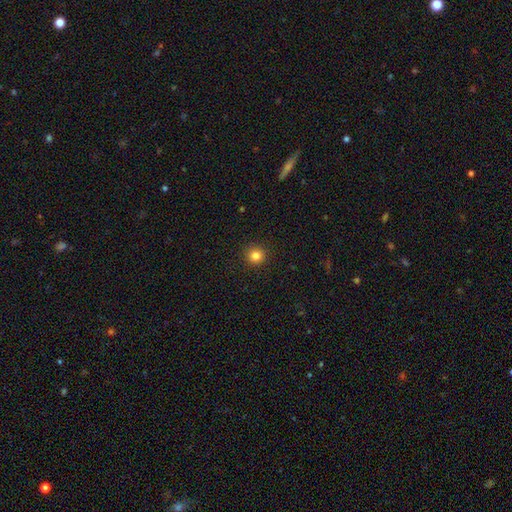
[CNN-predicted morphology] Smooth or featured?
  - smooth: 83% *
  - star or artifact: 12%
  - featured or disk: 5%
How rounded?
  - round: 95% *
  - in between: 4%
  - cigar-shaped: 1%
Merging?
  - none: 93% *
  - minor disturbance: 5%
  - major disturbance: 2%
  - merger: 1%